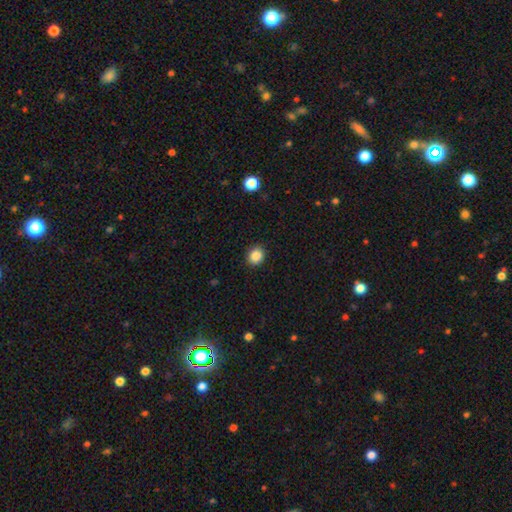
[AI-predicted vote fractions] Smooth or featured?
  - smooth: 87% *
  - star or artifact: 10%
  - featured or disk: 3%
How rounded?
  - round: 75% *
  - in between: 24%
  - cigar-shaped: 1%
Merging?
  - none: 90% *
  - minor disturbance: 7%
  - major disturbance: 2%
  - merger: 1%